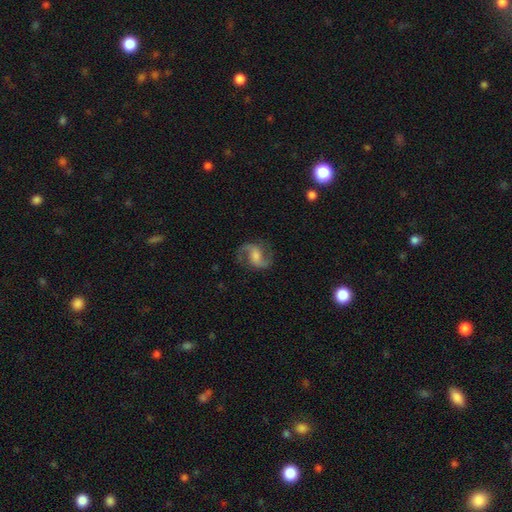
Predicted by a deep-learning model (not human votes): Smooth or featured? Predicted: featured or disk (p=0.86). Edge-on disk? Predicted: no (p=0.98). Bar? Predicted: weak (p=0.46). Spiral arms? Predicted: yes (p=0.97). Spiral winding? Predicted: medium (p=0.49). Spiral arm count? Predicted: 2 (p=0.93). Bulge size? Predicted: moderate (p=0.40). Merging? Predicted: none (p=0.79).